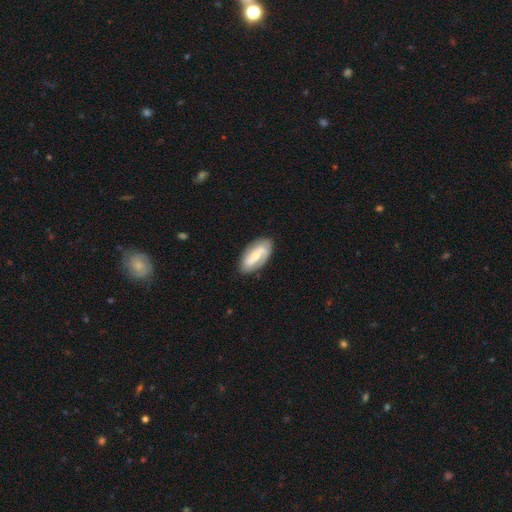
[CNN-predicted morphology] Smooth or featured? featured or disk (65%)
Edge-on disk? no (93%)
Bar? weak (40%)
Spiral arms? yes (84%)
Spiral winding? medium (38%)
Spiral arm count? 2 (73%)
Bulge size? moderate (46%, tied with small)
Merging? none (81%)